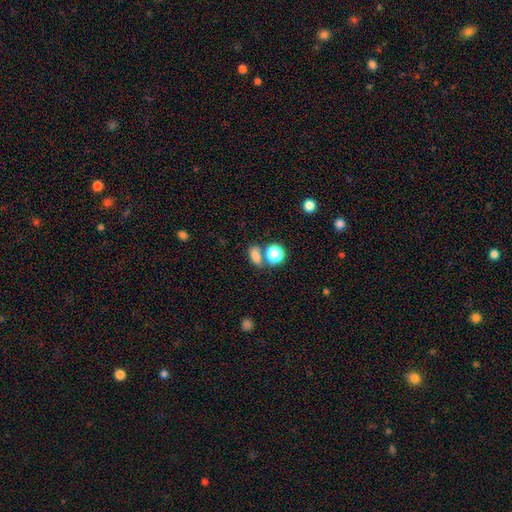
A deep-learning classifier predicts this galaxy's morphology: This appears to be a smooth galaxy with no disk features (78%) that is in between round and cigar-shaped (74%). Merging: none (59%).